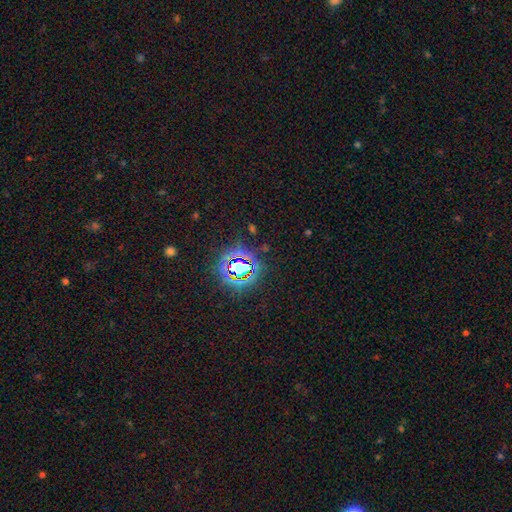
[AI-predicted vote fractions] smooth_or_featured: star or artifact (p=0.79) [alt: smooth p=0.13]